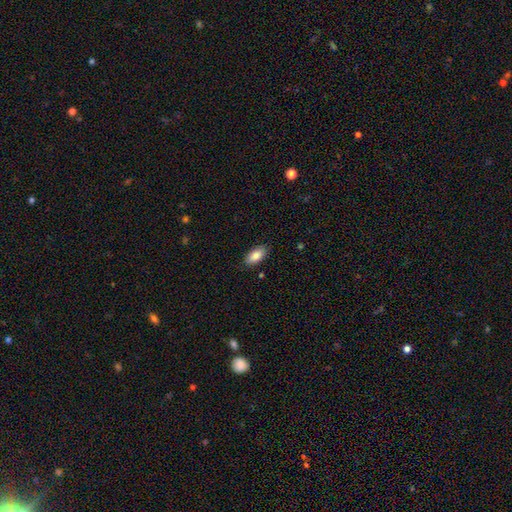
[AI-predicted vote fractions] Q: Smooth or featured?
A: smooth (87%); runner-up: featured or disk (7%)
Q: How rounded?
A: in between (91%); runner-up: cigar-shaped (7%)
Q: Merging?
A: none (87%); runner-up: minor disturbance (10%)